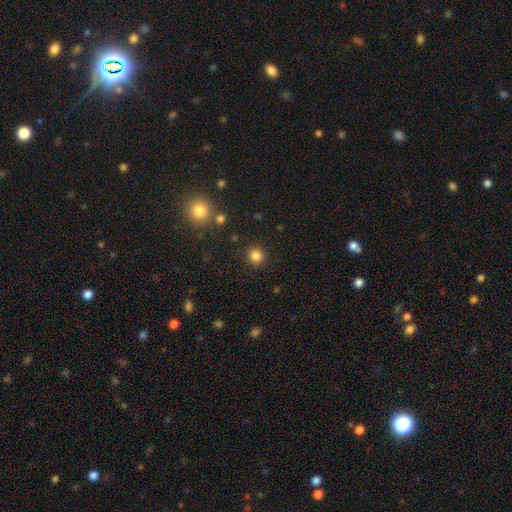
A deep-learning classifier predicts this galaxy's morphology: smooth_or_featured: smooth (p=0.83) [alt: star or artifact p=0.12]
how_rounded: round (p=0.93) [alt: in between p=0.06]
merging: none (p=0.91) [alt: minor disturbance p=0.05]